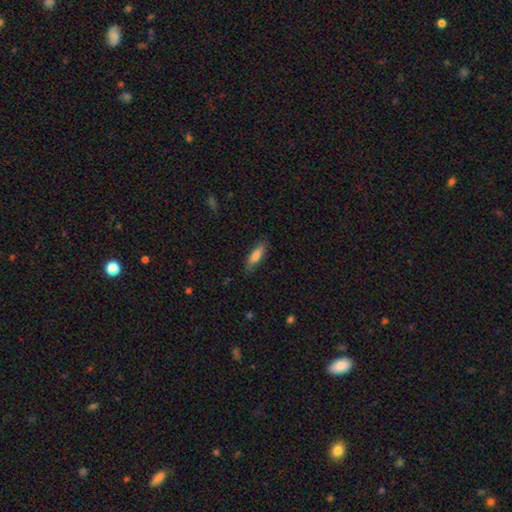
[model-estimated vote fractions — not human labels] This appears to be a smooth galaxy with no disk features (78%) that is cigar-shaped (51%). Merging: none (79%).